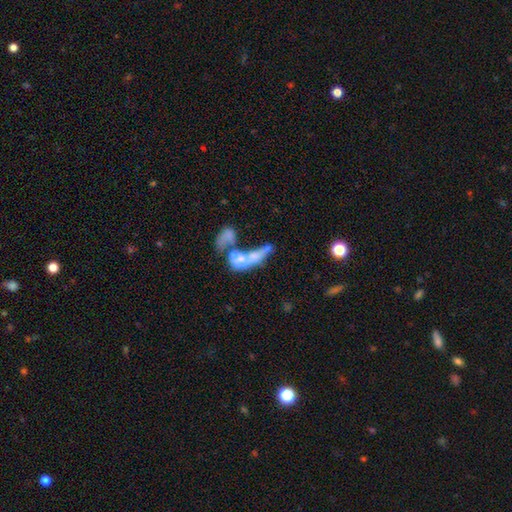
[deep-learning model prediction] smooth-or-featured: smooth: 50% | featured or disk: 39% | star or artifact: 11%
  how-rounded: in between: 66% | cigar-shaped: 21% | round: 14%
  merging: merger: 70% | major disturbance: 15% | none: 10% | minor disturbance: 6%